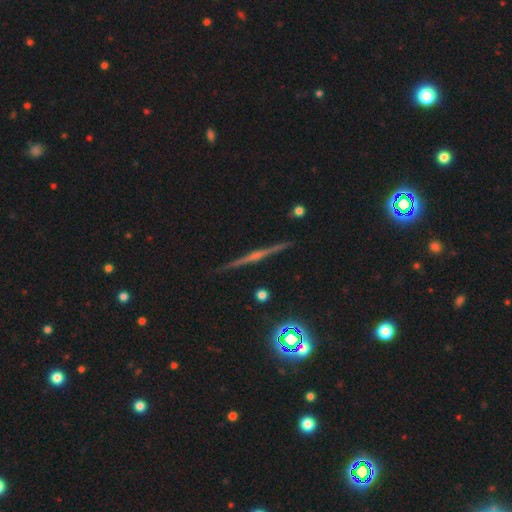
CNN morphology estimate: smooth_or_featured: featured or disk (p=0.77) [alt: smooth p=0.12]
disk_edge_on: yes (p=0.98) [alt: no p=0.02]
edge_on_bulge: rounded (p=0.66) [alt: none p=0.21]
merging: none (p=0.92) [alt: minor disturbance p=0.05]